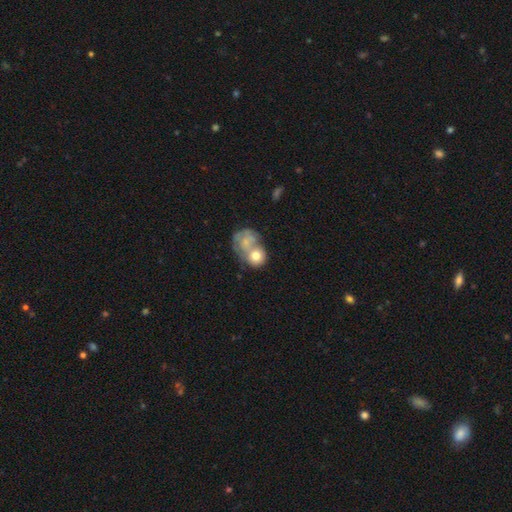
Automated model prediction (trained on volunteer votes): Overall: smooth (65%; featured or disk 27%). How rounded: round (68%; in between 31%). Merging: merger (62%).